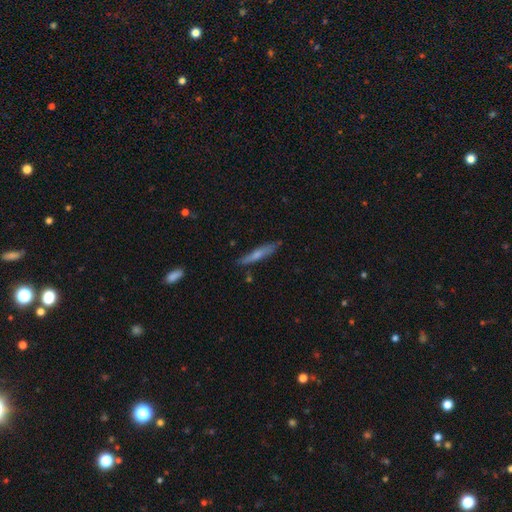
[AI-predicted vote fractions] Smooth or featured?
  - smooth: 47% *
  - featured or disk: 45%
  - star or artifact: 8%
Merging?
  - none: 84% *
  - minor disturbance: 12%
  - major disturbance: 2%
  - merger: 2%